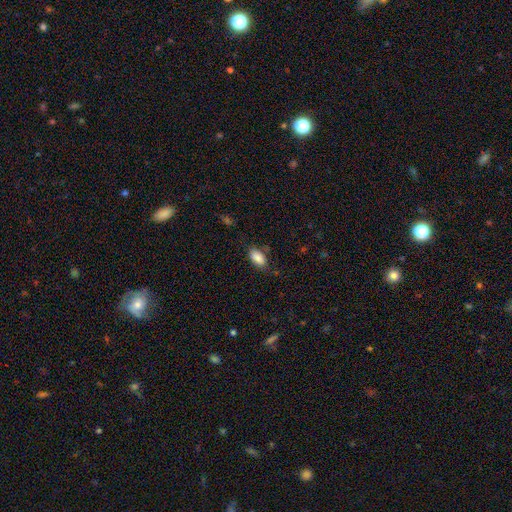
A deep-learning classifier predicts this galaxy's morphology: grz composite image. It shows a smooth galaxy with no disk features (87%) that is in between round and cigar-shaped (93%). Merging: none (71%).